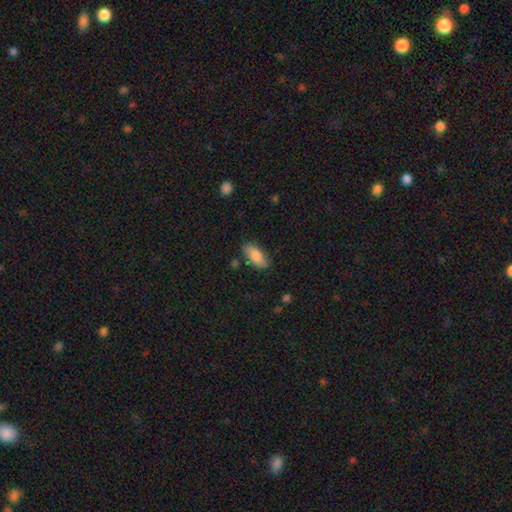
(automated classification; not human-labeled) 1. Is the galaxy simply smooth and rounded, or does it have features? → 82% smooth, 12% featured or disk, 6% star or artifact.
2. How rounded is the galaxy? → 88% in between, 10% cigar-shaped, 2% round.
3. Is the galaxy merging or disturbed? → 77% none, 16% minor disturbance, 3% major disturbance, 3% merger.